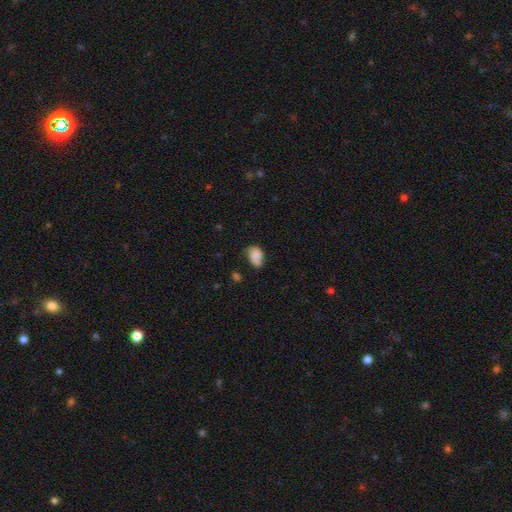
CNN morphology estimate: This appears to be a smooth galaxy with no disk features (74%) that is in between round and cigar-shaped (81%). Merging: none (47%).